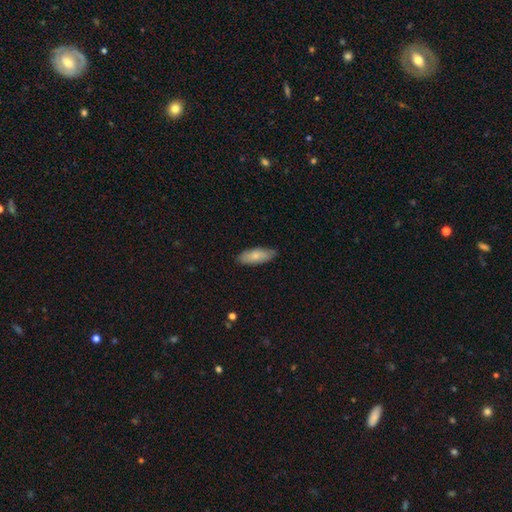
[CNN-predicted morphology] This is likely a smooth galaxy (76%). How rounded: likely in between (77%). Merging: likely none (80%).